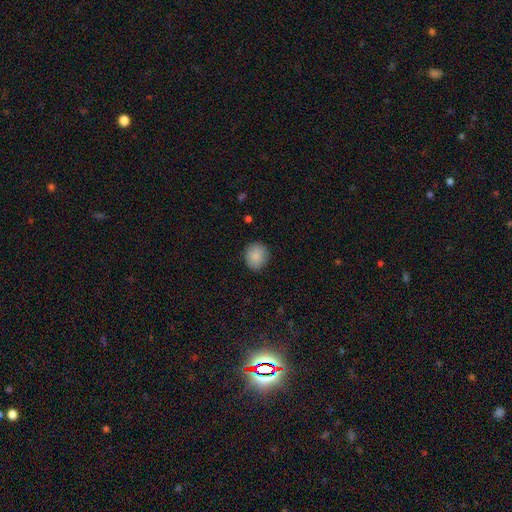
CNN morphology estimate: Smooth or featured? smooth (88%)
How rounded? round (84%)
Merging? none (88%)